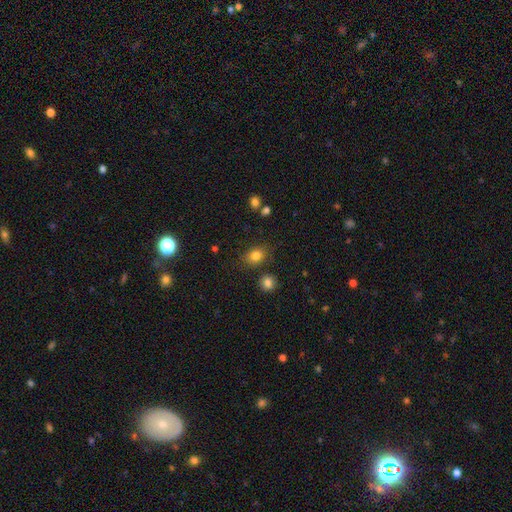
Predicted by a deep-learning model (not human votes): Smooth or featured?
  - smooth: 82% *
  - star or artifact: 11%
  - featured or disk: 7%
How rounded?
  - in between: 63% *
  - round: 35%
  - cigar-shaped: 1%
Merging?
  - none: 77% *
  - minor disturbance: 14%
  - merger: 5%
  - major disturbance: 4%